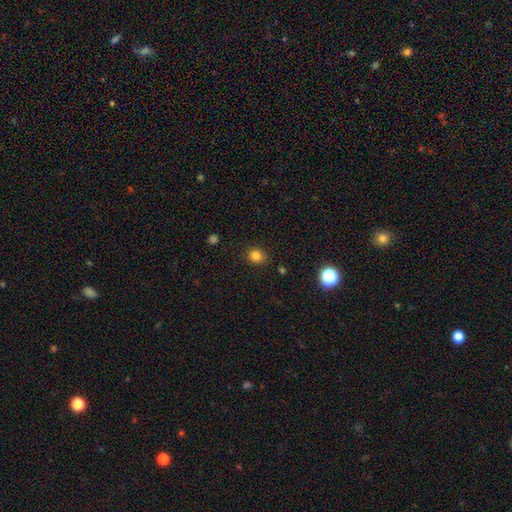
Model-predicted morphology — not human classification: Smooth or featured? Predicted: smooth (p=0.82). How rounded? Predicted: round (p=0.78). Merging? Predicted: none (p=0.87).